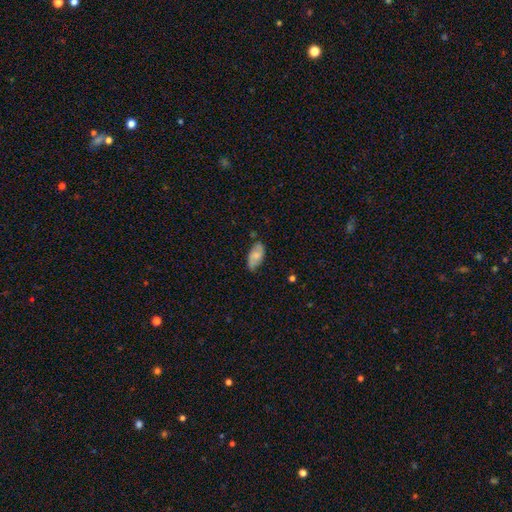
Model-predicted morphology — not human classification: smooth-or-featured: smooth: 63% | featured or disk: 30% | star or artifact: 7%
  how-rounded: in between: 92% | cigar-shaped: 5% | round: 3%
  merging: none: 72% | minor disturbance: 23% | major disturbance: 4% | merger: 2%